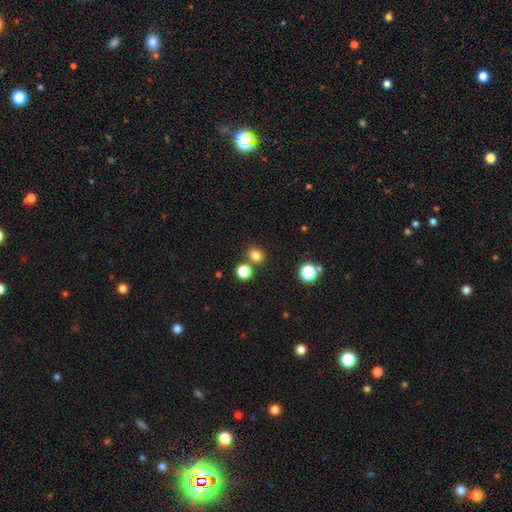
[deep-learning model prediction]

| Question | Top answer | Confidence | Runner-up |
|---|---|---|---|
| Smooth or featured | smooth | 80% | star or artifact (15%) |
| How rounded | round | 61% | in between (38%) |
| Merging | none | 74% | merger (14%) |